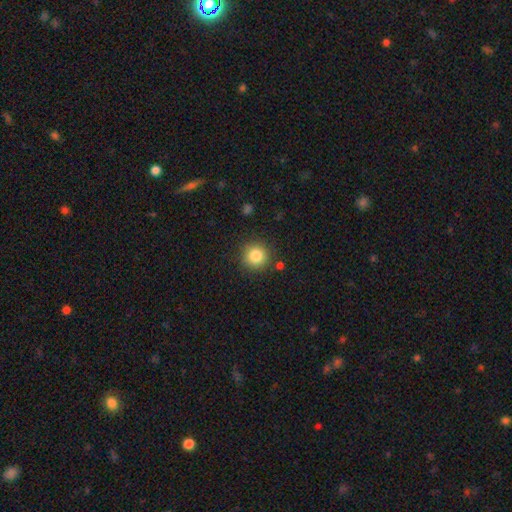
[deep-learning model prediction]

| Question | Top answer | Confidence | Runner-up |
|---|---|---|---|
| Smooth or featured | smooth | 84% | star or artifact (10%) |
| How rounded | round | 94% | in between (5%) |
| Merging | none | 86% | minor disturbance (8%) |